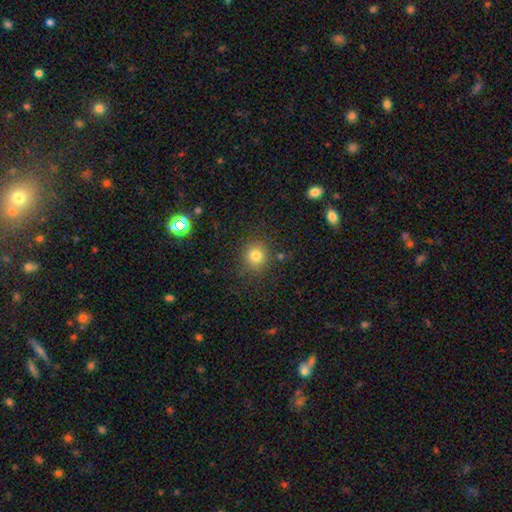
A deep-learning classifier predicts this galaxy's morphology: Smooth or featured: smooth — 80% (star or artifact — 13%)
How rounded: round — 87% (in between — 12%)
Merging: none — 84% (minor disturbance — 10%)